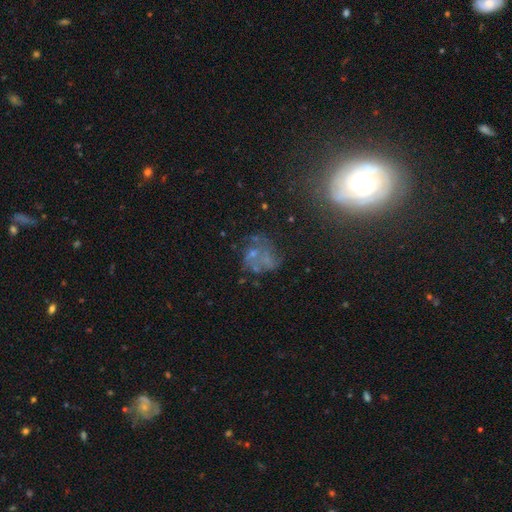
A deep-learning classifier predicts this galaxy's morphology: Smooth or featured? featured or disk (51%)
Edge-on disk? no (98%)
Bar? no (83%)
Spiral arms? no (63%)
Bulge size? none (44%)
Merging? none (45%)